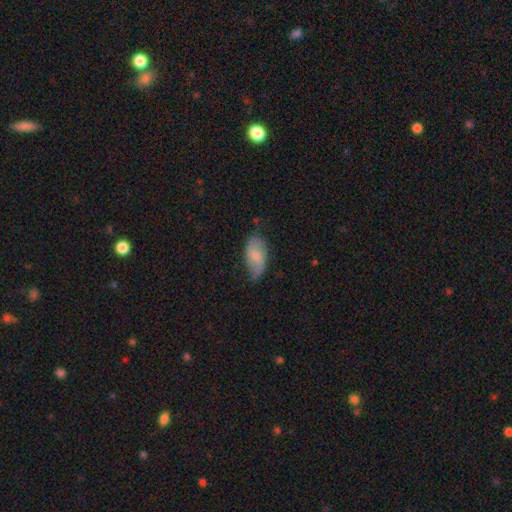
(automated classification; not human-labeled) smooth-or-featured: smooth: 56% | featured or disk: 37% | star or artifact: 6%
  how-rounded: in between: 93% | round: 4% | cigar-shaped: 3%
  merging: none: 59% | minor disturbance: 32% | major disturbance: 7% | merger: 2%